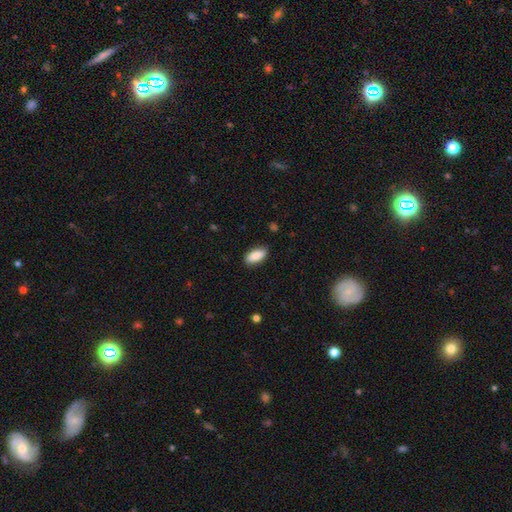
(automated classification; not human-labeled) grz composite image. It shows a smooth galaxy with no disk features (86%) that is in between round and cigar-shaped (89%). Merging: none (86%).